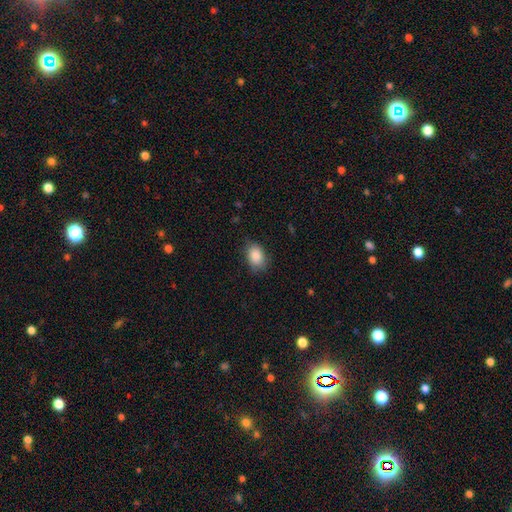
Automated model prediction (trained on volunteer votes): Smooth or featured? smooth (86%)
How rounded? in between (78%)
Merging? none (75%)